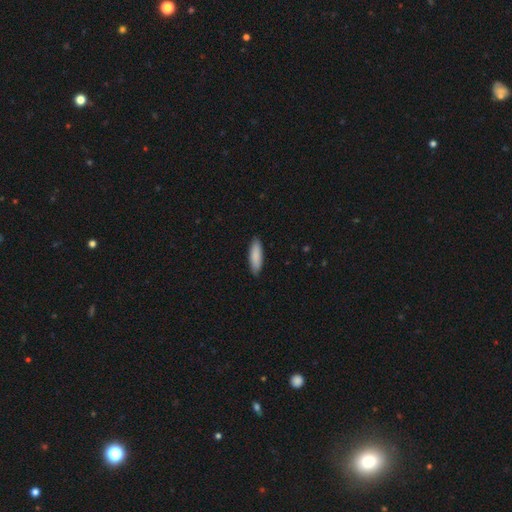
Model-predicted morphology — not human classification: Q: Smooth or featured?
A: smooth (88%); runner-up: featured or disk (7%)
Q: How rounded?
A: cigar-shaped (53%); runner-up: in between (46%)
Q: Merging?
A: none (89%); runner-up: minor disturbance (9%)